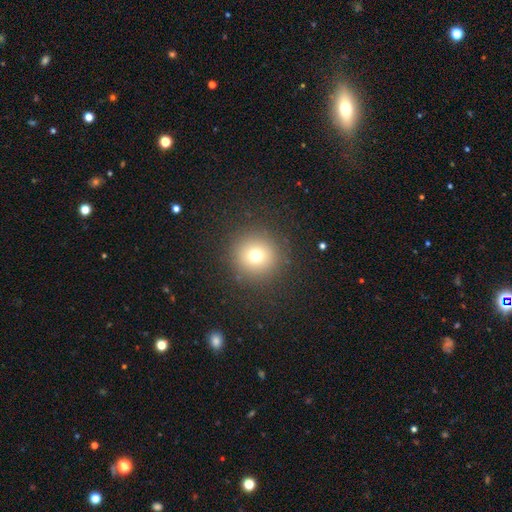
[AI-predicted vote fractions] A smooth galaxy with no disk features (71%) that is round (95%). Merging: none (89%).